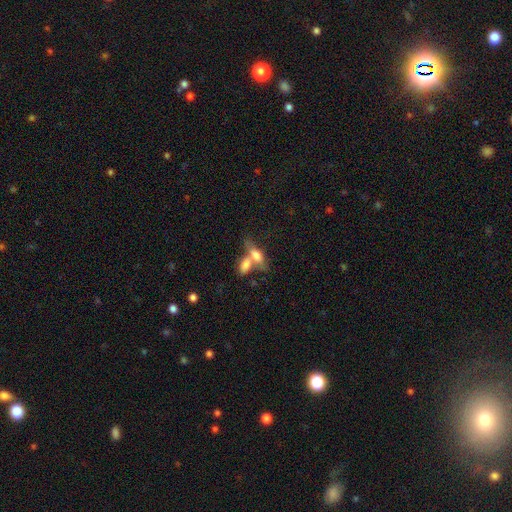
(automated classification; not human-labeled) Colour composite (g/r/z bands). It shows a smooth galaxy with no disk features (69%) that is in between round and cigar-shaped (77%). Merging: merger (64%).